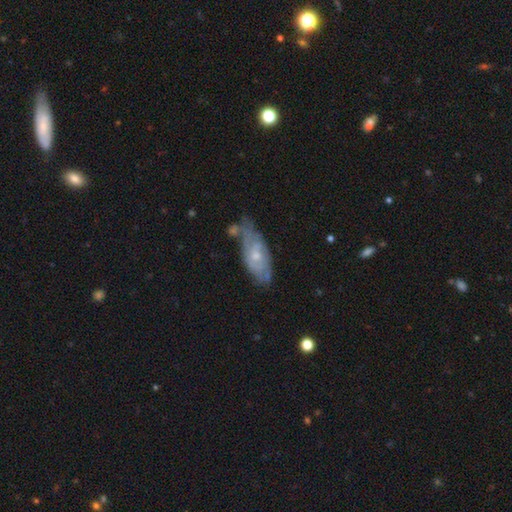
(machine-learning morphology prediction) This is likely a featured or disk galaxy (66%). It is clearly not viewed edge-on (88%). Bar: likely no (69%). Spiral arm pattern: likely yes (73%). Central bulge: possibly small (58%). Merging: possibly none (47%).